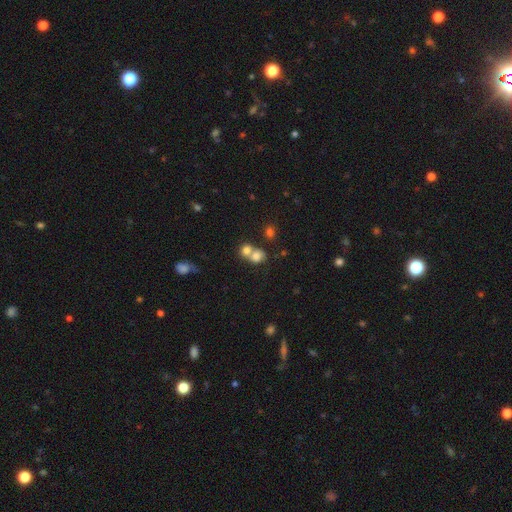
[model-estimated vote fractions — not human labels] This appears to be a smooth galaxy with no disk features (75%) that is round (66%). Merging: merger (60%).